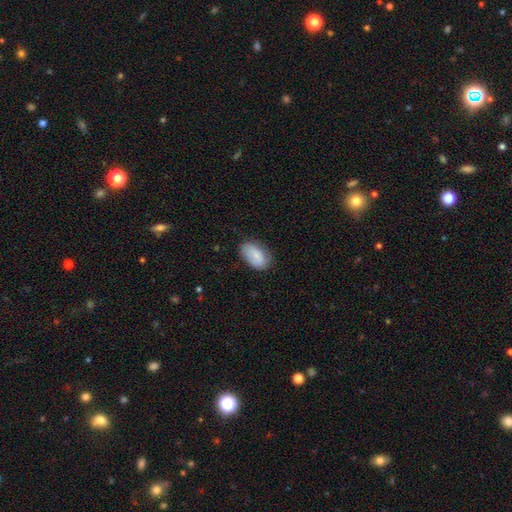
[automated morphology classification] Smooth or featured?
  - smooth: 76% *
  - featured or disk: 18%
  - star or artifact: 7%
How rounded?
  - in between: 92% *
  - round: 6%
  - cigar-shaped: 2%
Merging?
  - none: 69% *
  - minor disturbance: 24%
  - major disturbance: 6%
  - merger: 1%